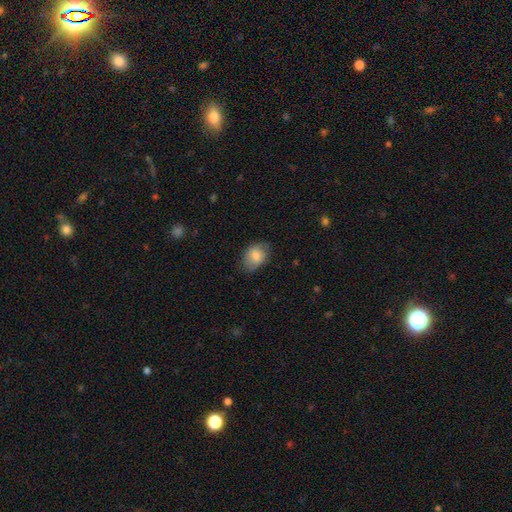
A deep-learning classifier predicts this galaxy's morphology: This is likely a smooth galaxy (79%). How rounded: likely in between (74%). Merging: likely none (70%).